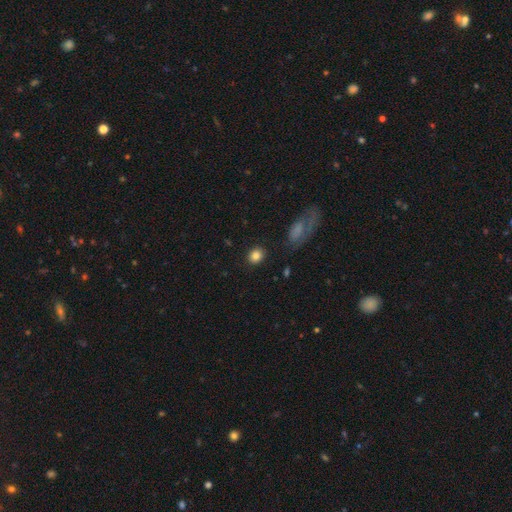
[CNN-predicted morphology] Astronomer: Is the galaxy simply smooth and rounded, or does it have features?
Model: smooth — 84%.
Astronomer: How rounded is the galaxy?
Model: round — 66%.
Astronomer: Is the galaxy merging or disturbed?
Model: none — 87%.